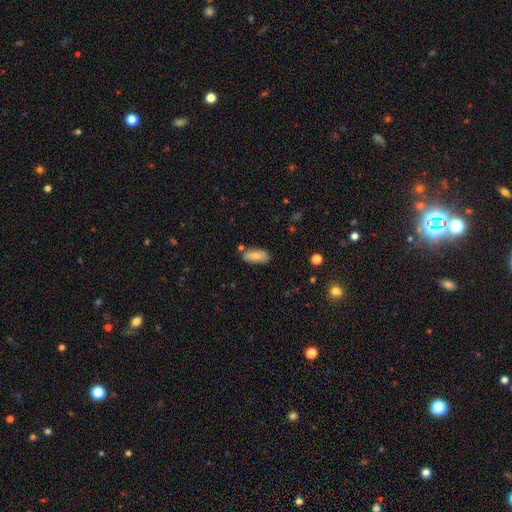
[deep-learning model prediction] This is likely a smooth galaxy (78%). How rounded: clearly in between (88%). Merging: likely none (76%).